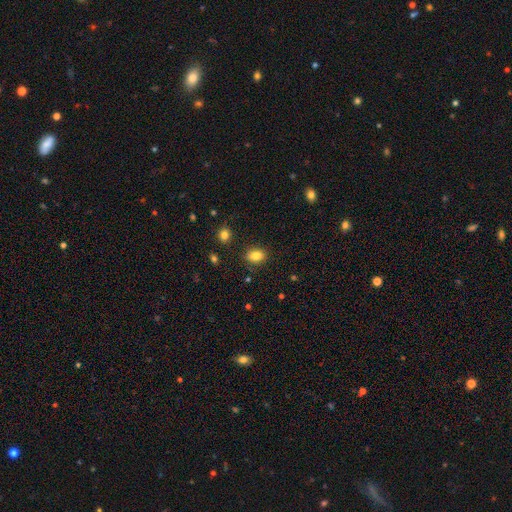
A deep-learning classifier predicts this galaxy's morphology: smooth-or-featured: smooth: 83% | star or artifact: 10% | featured or disk: 8%
  how-rounded: in between: 75% | round: 23% | cigar-shaped: 2%
  merging: none: 85% | minor disturbance: 10% | major disturbance: 2% | merger: 2%